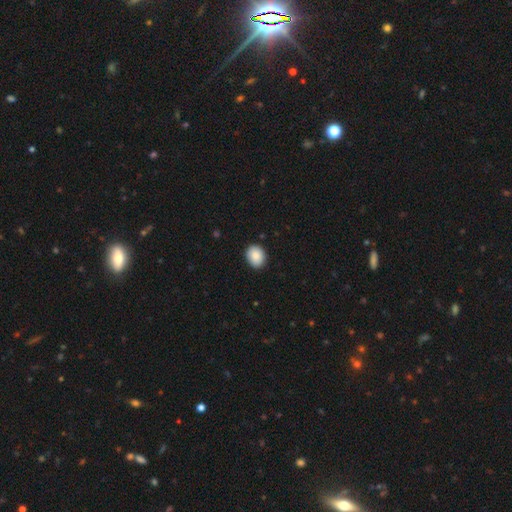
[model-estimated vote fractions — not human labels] Smooth or featured: smooth — 88% (star or artifact — 7%)
How rounded: round — 54% (in between — 45%)
Merging: none — 89% (minor disturbance — 8%)